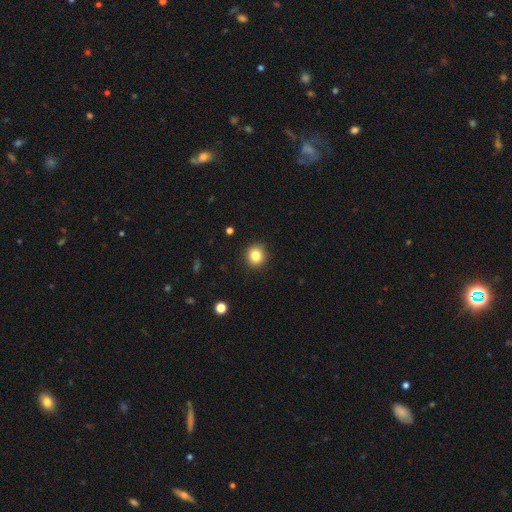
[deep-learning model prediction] This appears to be a smooth galaxy with no disk features (82%) that is round (91%). Merging: none (92%).